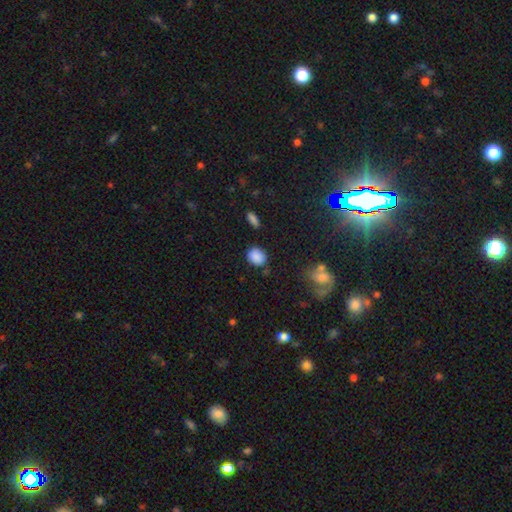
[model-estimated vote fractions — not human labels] smooth-or-featured: smooth: 86% | star or artifact: 9% | featured or disk: 5%
  how-rounded: round: 61% | in between: 38% | cigar-shaped: 1%
  merging: none: 78% | minor disturbance: 15% | major disturbance: 4% | merger: 3%